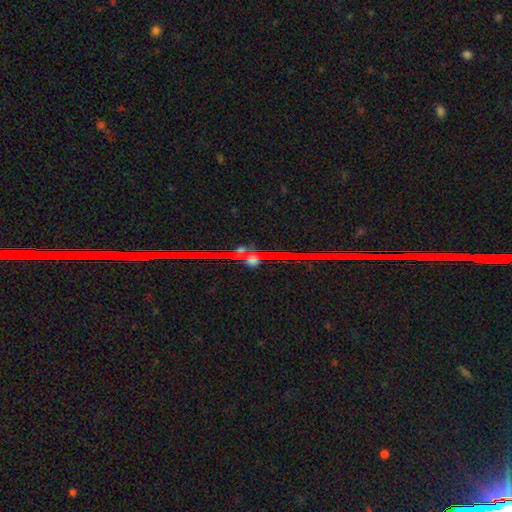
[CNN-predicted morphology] Smooth or featured: star or artifact — 85% (featured or disk — 9%)